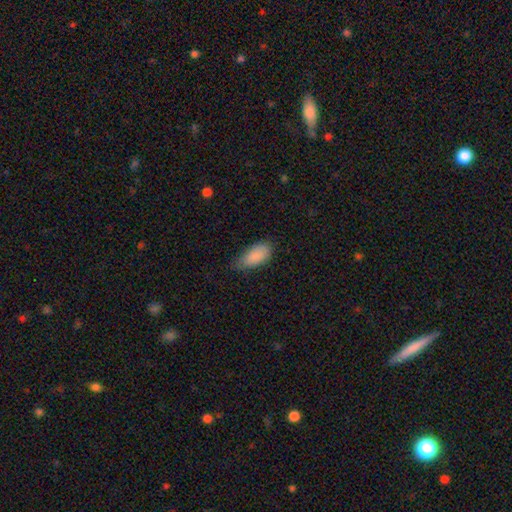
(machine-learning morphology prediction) This is clearly a smooth galaxy (87%). How rounded: clearly in between (91%). Merging: possibly none (57%).